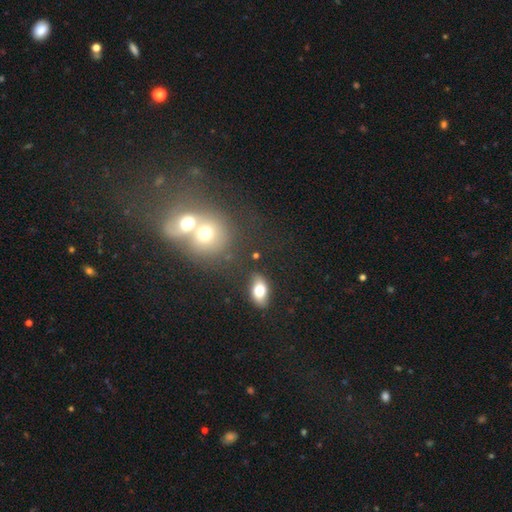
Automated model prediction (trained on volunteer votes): The model was most divided on "merging": none: 57%, merger: 26%, minor disturbance: 11%, major disturbance: 6%. More confident: how rounded — in between (67%); smooth or featured — smooth (61%).